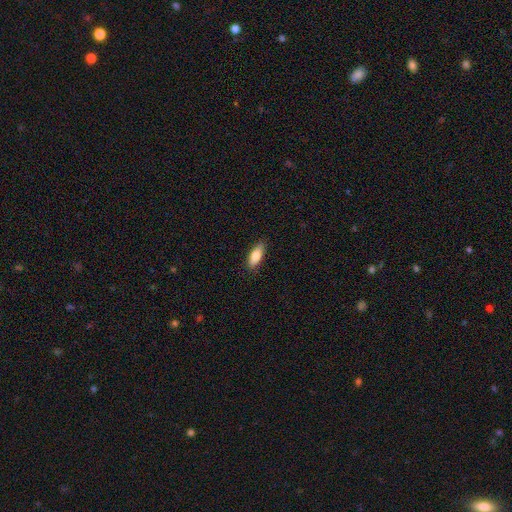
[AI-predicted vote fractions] Overall: smooth (79%). How rounded: in between (73%). Merging: none (86%).